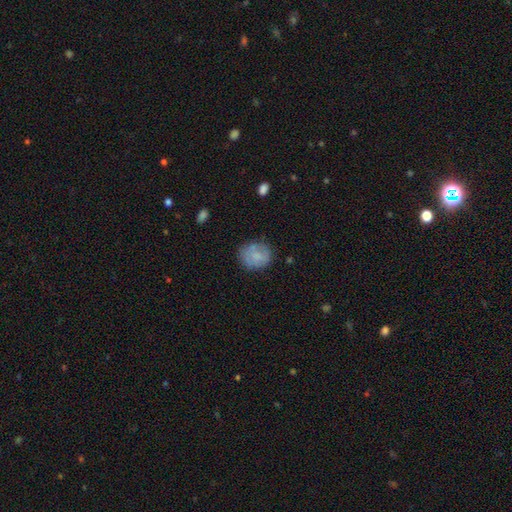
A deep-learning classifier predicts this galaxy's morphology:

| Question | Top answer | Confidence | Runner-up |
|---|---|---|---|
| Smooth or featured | smooth | 72% | featured or disk (20%) |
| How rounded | round | 67% | in between (32%) |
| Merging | none | 68% | minor disturbance (22%) |